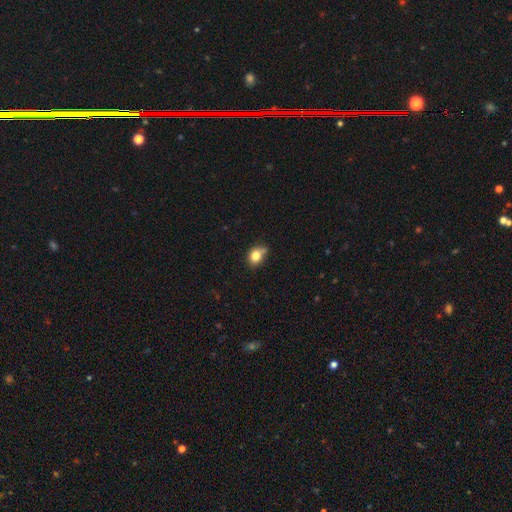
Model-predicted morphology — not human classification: smooth-or-featured: smooth: 79% | star or artifact: 11% | featured or disk: 10%
  how-rounded: round: 50% | in between: 49% | cigar-shaped: 1%
  merging: none: 52% | minor disturbance: 31% | merger: 9% | major disturbance: 8%